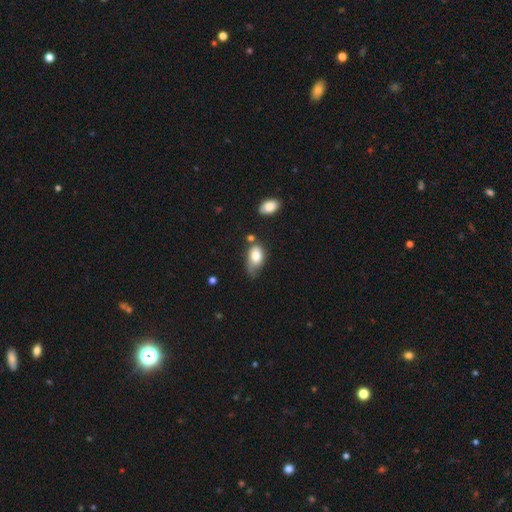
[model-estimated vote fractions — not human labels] Smooth or featured: smooth — 78% (featured or disk — 15%)
How rounded: in between — 89% (round — 9%)
Merging: minor disturbance — 39% (none — 31%)